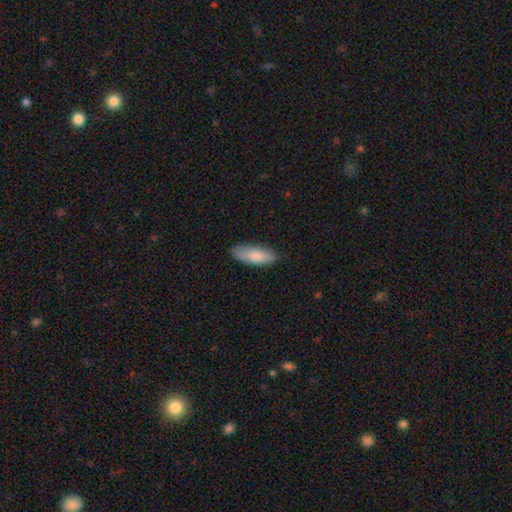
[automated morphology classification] This is clearly a smooth galaxy (84%). How rounded: likely in between (71%). Merging: clearly none (81%).